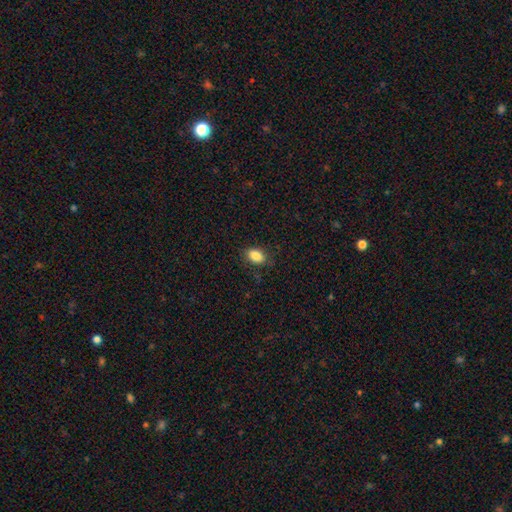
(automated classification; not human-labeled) Overall: smooth (87%). How rounded: in between (86%). Merging: none (83%).